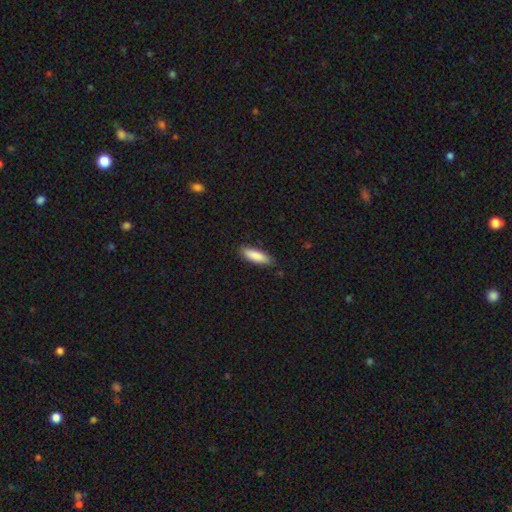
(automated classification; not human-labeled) This is clearly a smooth galaxy (87%). How rounded: possibly cigar-shaped (54%). Merging: clearly none (85%).